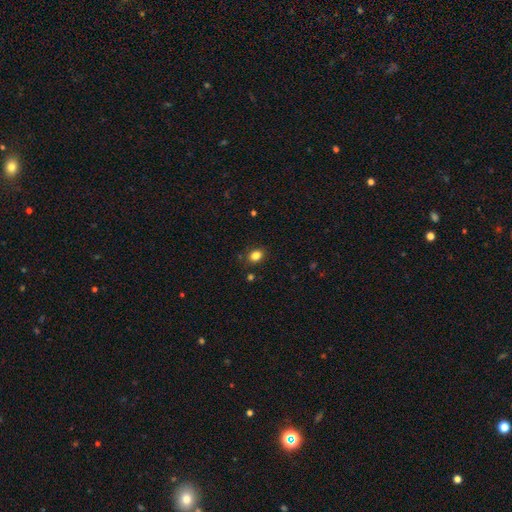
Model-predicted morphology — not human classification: Smooth or featured? smooth (83%)
How rounded? round (53%)
Merging? none (86%)